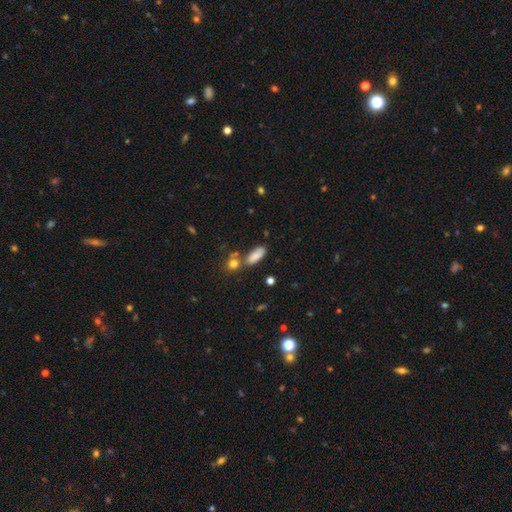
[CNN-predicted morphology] A smooth galaxy with no disk features (81%) that is in between round and cigar-shaped (74%).

Vote fractions:
- Smooth or featured? smooth: 81% / star or artifact: 10% / featured or disk: 9%
- How rounded? in between: 74% / cigar-shaped: 22% / round: 4%
- Merging? none: 59% / minor disturbance: 18% / merger: 17% / major disturbance: 6%